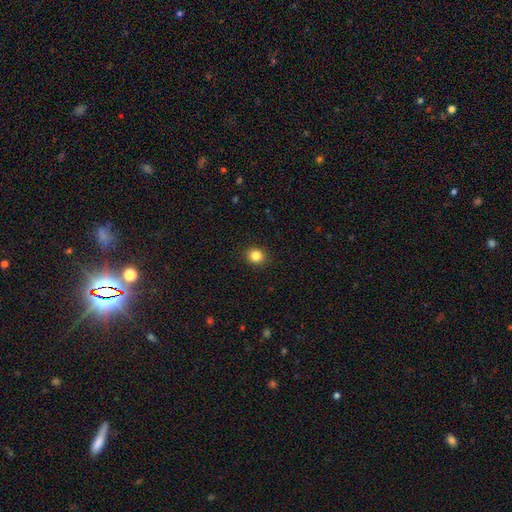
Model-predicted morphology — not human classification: Overall: smooth (84%). How rounded: round (82%). Merging: none (91%).